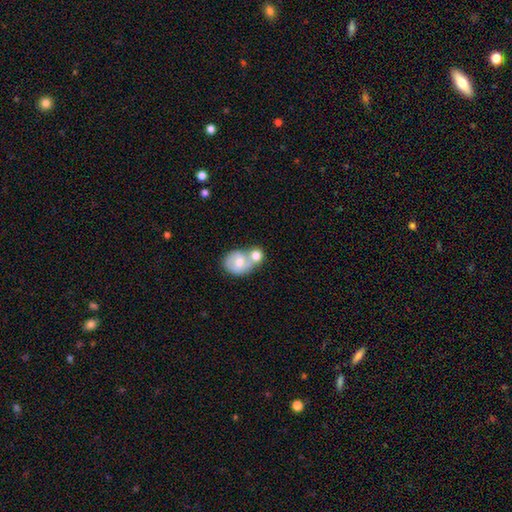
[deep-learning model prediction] Smooth or featured? smooth (67%)
How rounded? round (67%)
Merging? merger (65%)